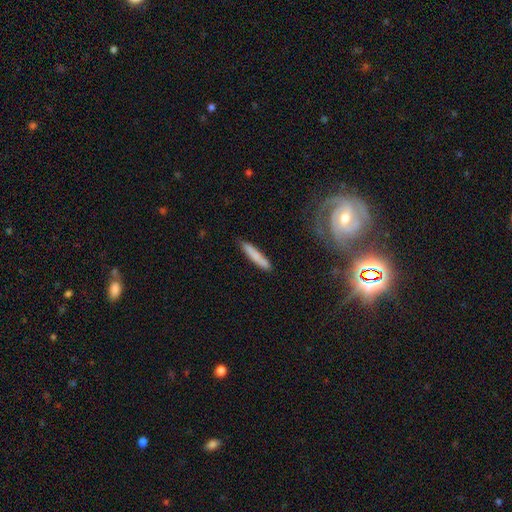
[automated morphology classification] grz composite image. It shows a smooth galaxy with no disk features (75%) that is cigar-shaped (91%). Merging: none (85%).